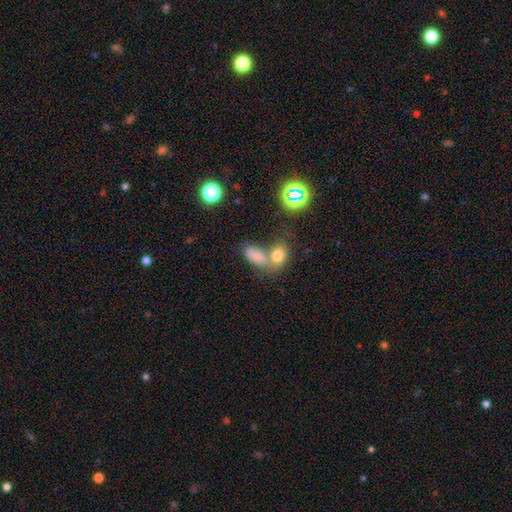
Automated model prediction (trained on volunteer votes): This appears to be a smooth galaxy with no disk features (70%) that is in between round and cigar-shaped (87%). Merging: merger (52%).